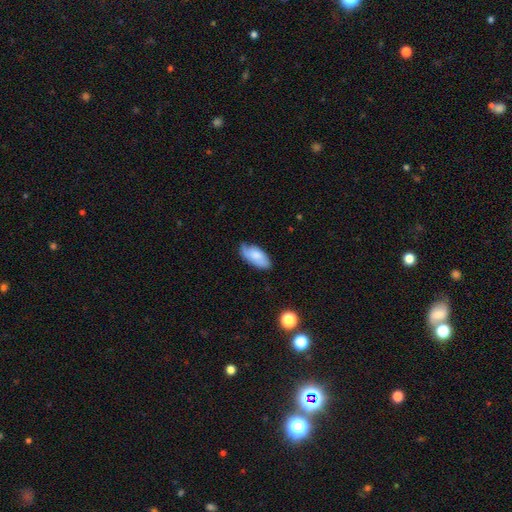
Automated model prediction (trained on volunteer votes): smooth_or_featured: smooth (p=0.72) [alt: featured or disk p=0.22]
how_rounded: in between (p=0.92) [alt: cigar-shaped p=0.06]
merging: none (p=0.63) [alt: minor disturbance p=0.30]